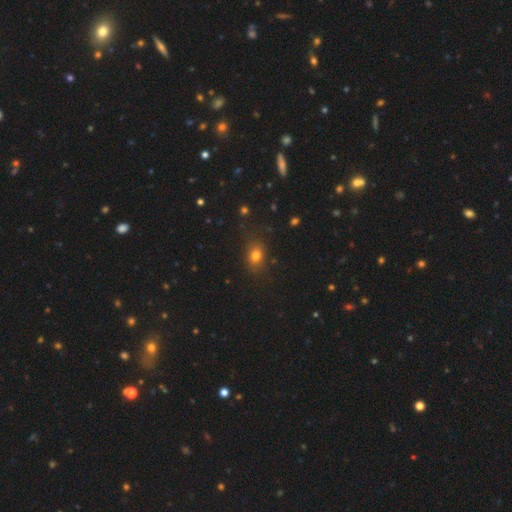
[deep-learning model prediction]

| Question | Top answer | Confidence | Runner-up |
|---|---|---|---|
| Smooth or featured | smooth | 77% | star or artifact (15%) |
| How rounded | in between | 58% | round (40%) |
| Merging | none | 79% | minor disturbance (15%) |